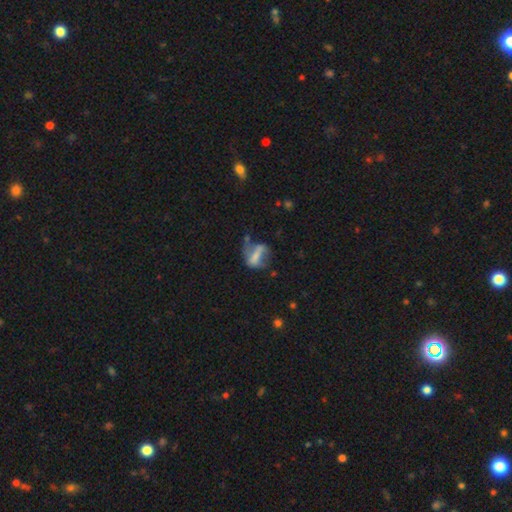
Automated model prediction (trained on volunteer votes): Smooth or featured?
  - smooth: 46% *
  - featured or disk: 43%
  - star or artifact: 12%
Merging?
  - major disturbance: 35% *
  - none: 30%
  - minor disturbance: 25%
  - merger: 10%